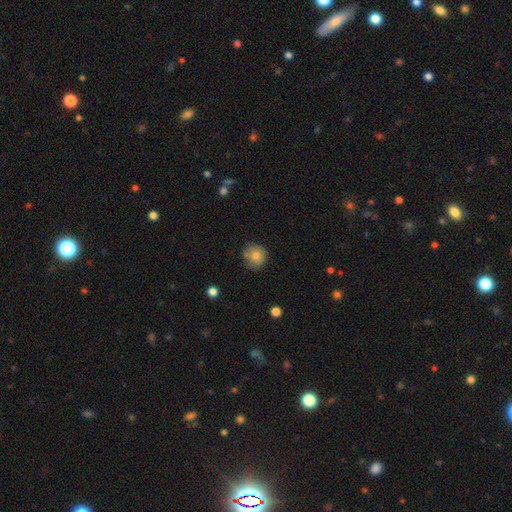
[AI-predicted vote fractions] Smooth or featured? Predicted: smooth (p=0.78). How rounded? Predicted: round (p=0.88). Merging? Predicted: none (p=0.68).